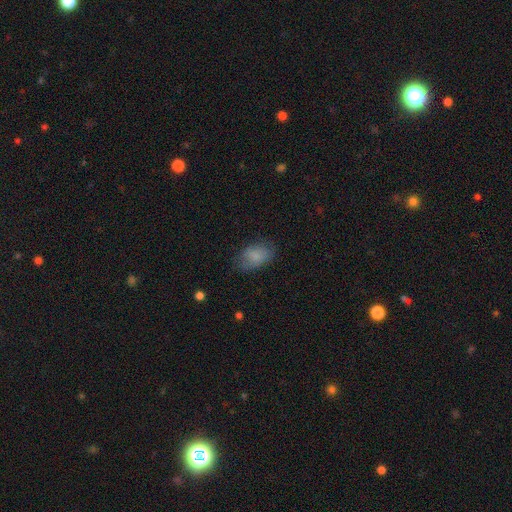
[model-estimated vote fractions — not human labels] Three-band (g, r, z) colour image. It shows a smooth galaxy with no disk features (81%) that is in between round and cigar-shaped (89%). Merging: none (68%).